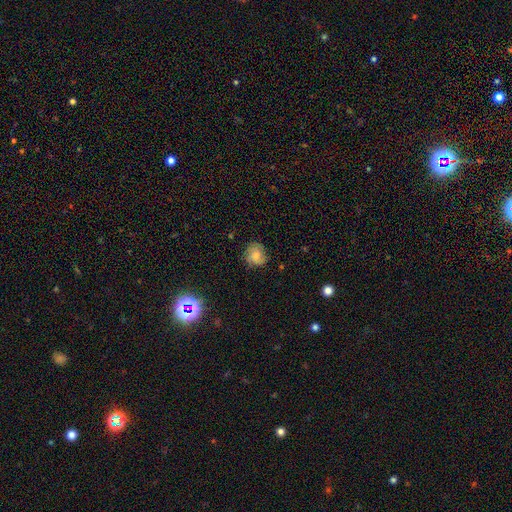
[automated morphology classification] A featured or disk galaxy (53%) with no bar (73%), spiral arms (90%) and a moderate central bulge (46%).

Vote fractions:
- Smooth or featured? featured or disk: 53% / smooth: 36% / star or artifact: 10%
- Edge-on disk? no: 98% / yes: 2%
- Bar? no: 73% / weak: 23% / strong: 4%
- Spiral arms? yes: 90% / no: 10%
- Bulge size? moderate: 46% / small: 40% / none: 7% / large: 5% / dominant: 1%
- Merging? none: 75% / minor disturbance: 18% / major disturbance: 6% / merger: 1%